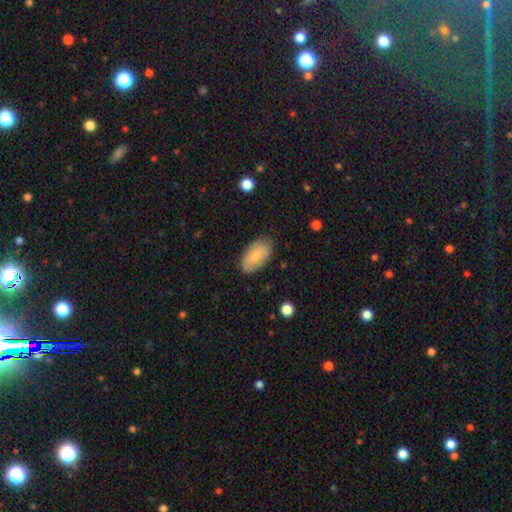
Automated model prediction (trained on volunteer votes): Smooth or featured?
  - smooth: 76% *
  - featured or disk: 18%
  - star or artifact: 6%
How rounded?
  - in between: 94% *
  - round: 4%
  - cigar-shaped: 2%
Merging?
  - none: 79% *
  - minor disturbance: 16%
  - major disturbance: 3%
  - merger: 1%